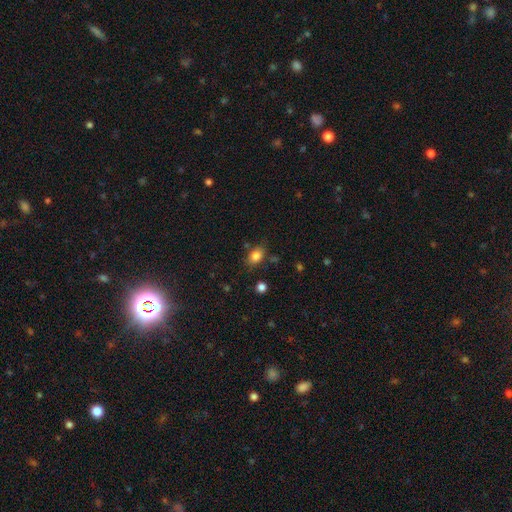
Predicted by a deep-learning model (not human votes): Overall: smooth (82%). How rounded: in between (75%). Merging: none (77%).